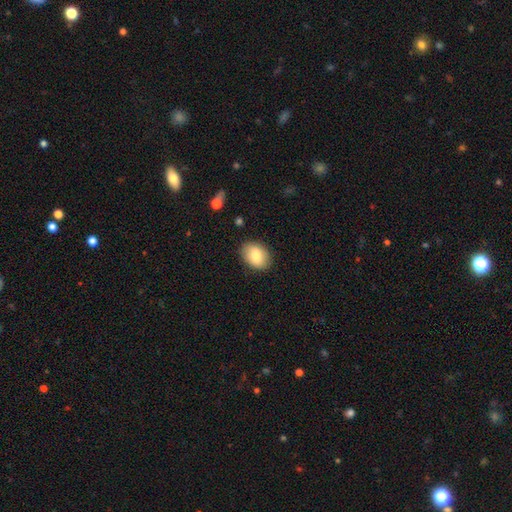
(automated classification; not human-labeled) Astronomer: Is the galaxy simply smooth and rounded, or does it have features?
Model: smooth — 78%.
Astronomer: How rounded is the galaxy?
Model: in between — 77%.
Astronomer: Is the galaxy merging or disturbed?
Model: none — 86%.